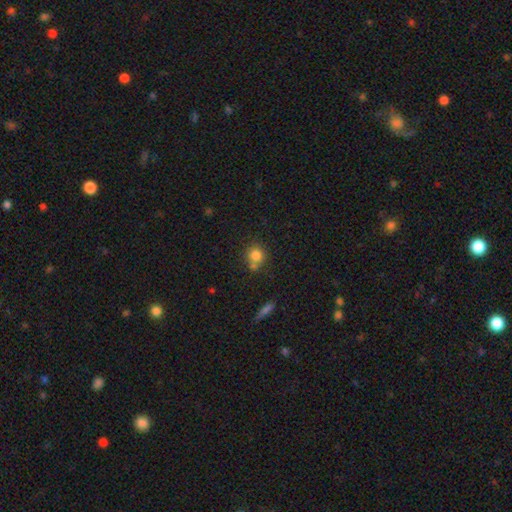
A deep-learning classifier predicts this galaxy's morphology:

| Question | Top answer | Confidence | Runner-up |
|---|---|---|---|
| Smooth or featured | smooth | 79% | star or artifact (11%) |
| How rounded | round | 83% | in between (16%) |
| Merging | none | 56% | merger (27%) |